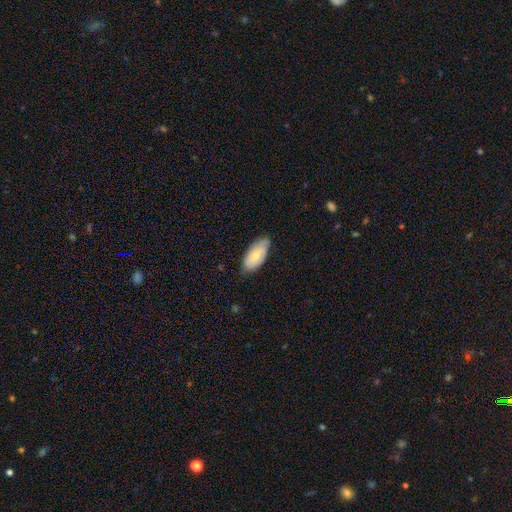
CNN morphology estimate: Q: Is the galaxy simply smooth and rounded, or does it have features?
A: smooth — 67%.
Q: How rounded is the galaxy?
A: in between — 92%.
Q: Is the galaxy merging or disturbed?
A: none — 68%.